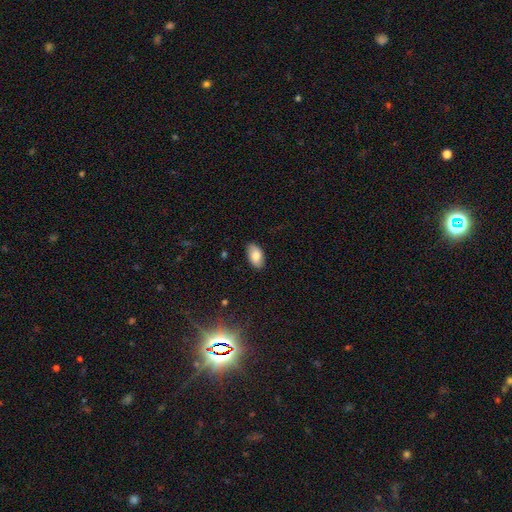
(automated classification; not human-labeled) smooth 81%, featured or disk 12%, star or artifact 7%. Down the decision tree: how rounded — in between (94%); merging — none (86%).